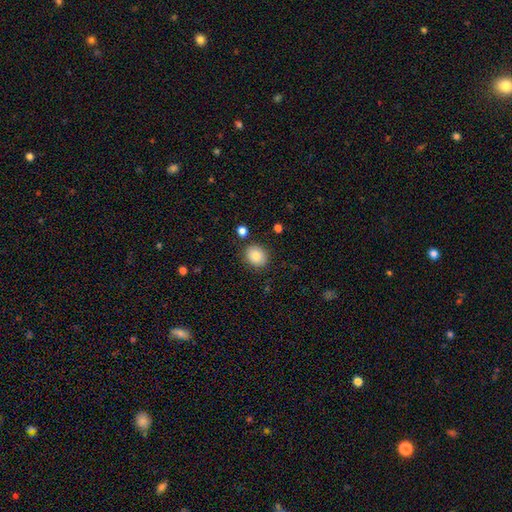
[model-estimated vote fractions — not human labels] Smooth or featured? Predicted: smooth (p=0.84). How rounded? Predicted: round (p=0.69). Merging? Predicted: none (p=0.86).